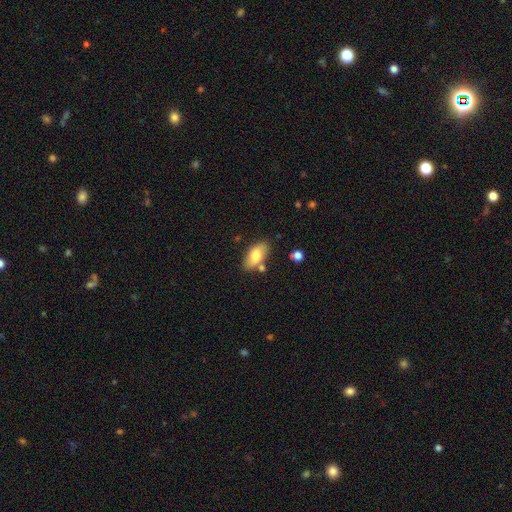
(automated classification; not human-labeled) Overall: smooth (76%). How rounded: in between (92%). Merging: none (74%).